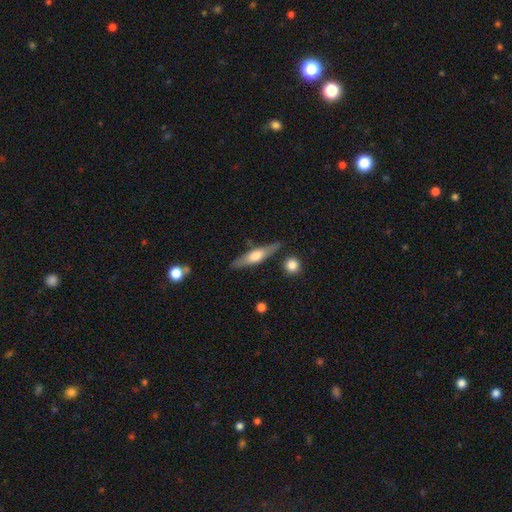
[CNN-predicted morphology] This is possibly a featured or disk galaxy (56%). It is clearly viewed edge-on (91%). Edge-on bulge: clearly rounded (82%). Merging: clearly none (80%).